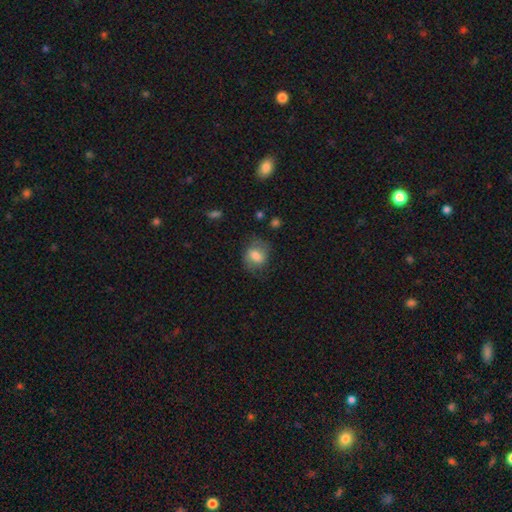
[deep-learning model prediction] The model was most divided on "how rounded": in between: 51%, round: 47%, cigar-shaped: 1%. More confident: smooth or featured — smooth (66%); merging — none (63%).